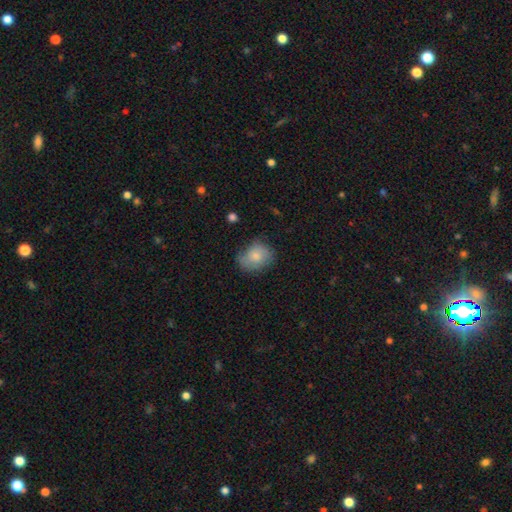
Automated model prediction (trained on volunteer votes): Morphology: type=smooth (78%); roundness=round (50%); merging=none (58%).